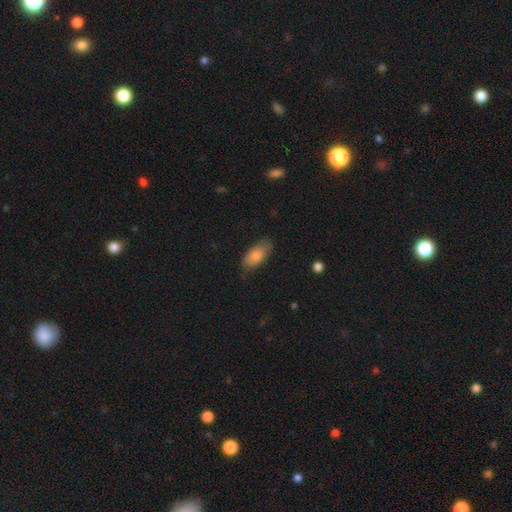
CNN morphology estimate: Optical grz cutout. It shows a smooth galaxy with no disk features (81%) that is in between round and cigar-shaped (90%). Merging: none (73%).